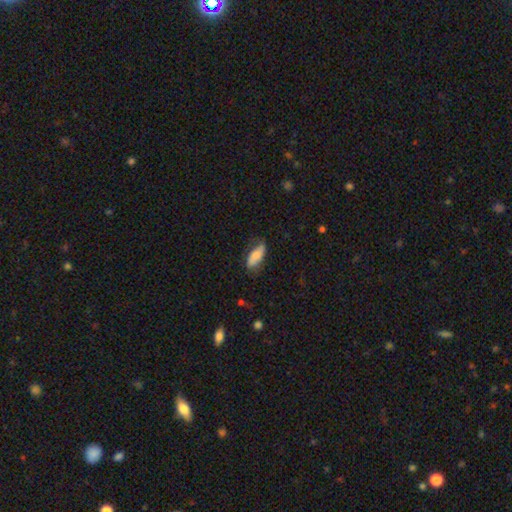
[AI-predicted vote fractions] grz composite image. It shows a smooth galaxy with no disk features (71%) that is in between round and cigar-shaped (77%). Merging: none (69%).